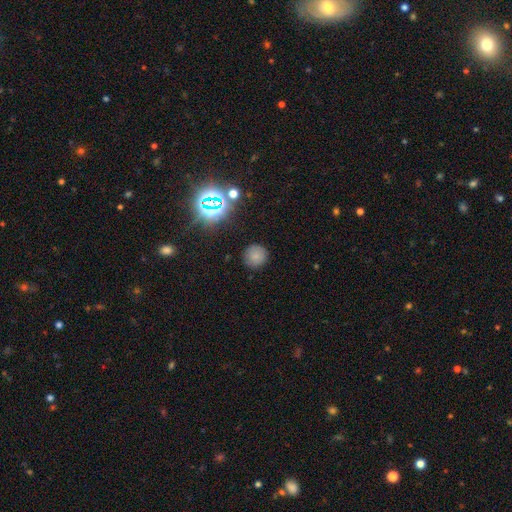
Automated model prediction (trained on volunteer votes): This is likely a smooth galaxy (73%). How rounded: clearly round (93%). Merging: clearly none (87%).